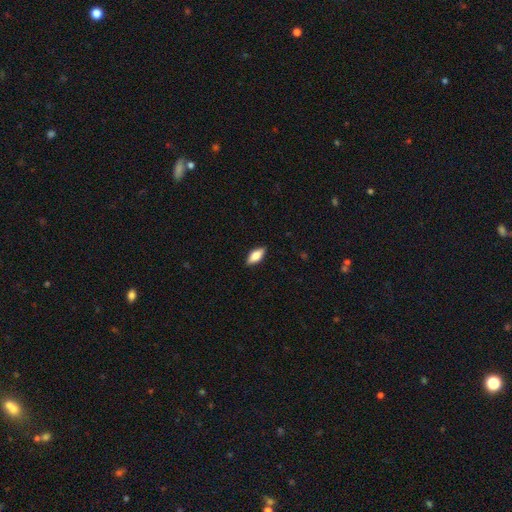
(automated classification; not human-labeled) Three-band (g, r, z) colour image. It shows a smooth galaxy with no disk features (76%) that is in between round and cigar-shaped (82%). Merging: none (88%).